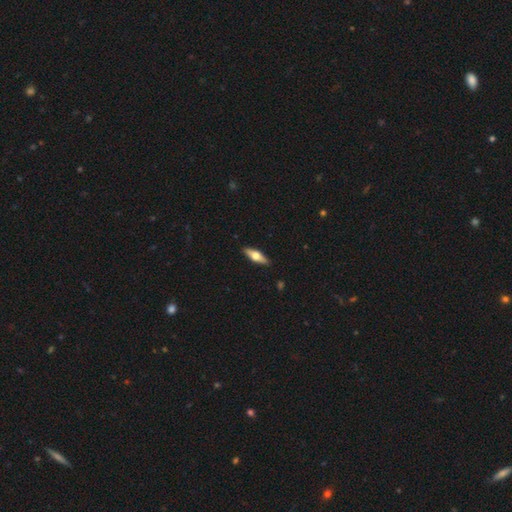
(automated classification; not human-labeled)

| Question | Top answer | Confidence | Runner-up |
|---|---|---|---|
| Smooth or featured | featured or disk | 50% | smooth (44%) |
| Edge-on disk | yes | 91% | no (9%) |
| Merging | none | 90% | minor disturbance (8%) |